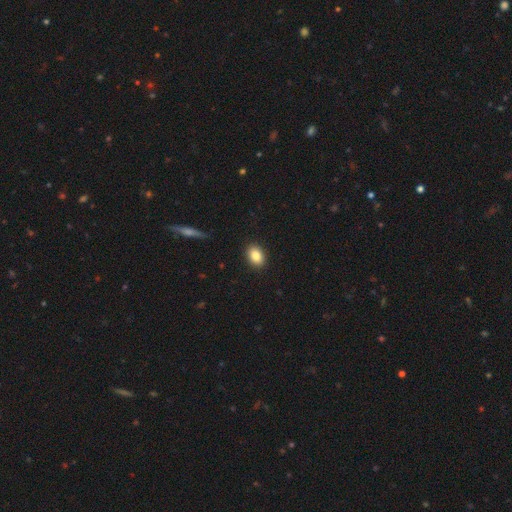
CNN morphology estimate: smooth-or-featured: smooth: 86% | star or artifact: 8% | featured or disk: 6%
  how-rounded: in between: 81% | round: 18% | cigar-shaped: 1%
  merging: none: 90% | minor disturbance: 7% | major disturbance: 2% | merger: 1%